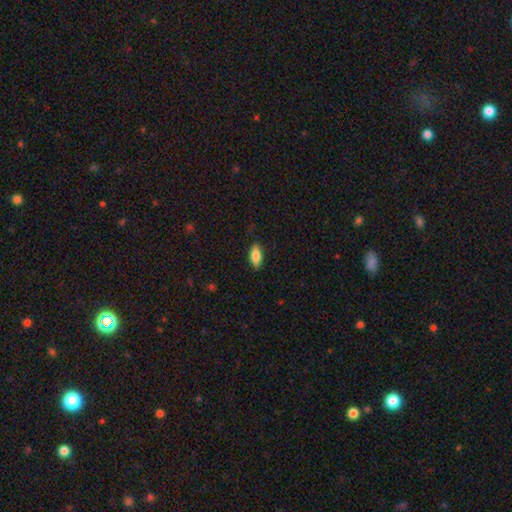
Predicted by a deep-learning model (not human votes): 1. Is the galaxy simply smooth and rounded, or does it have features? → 80% smooth, 13% featured or disk, 6% star or artifact.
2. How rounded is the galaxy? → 81% in between, 17% cigar-shaped, 2% round.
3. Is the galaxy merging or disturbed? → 85% none, 12% minor disturbance, 2% major disturbance, 1% merger.